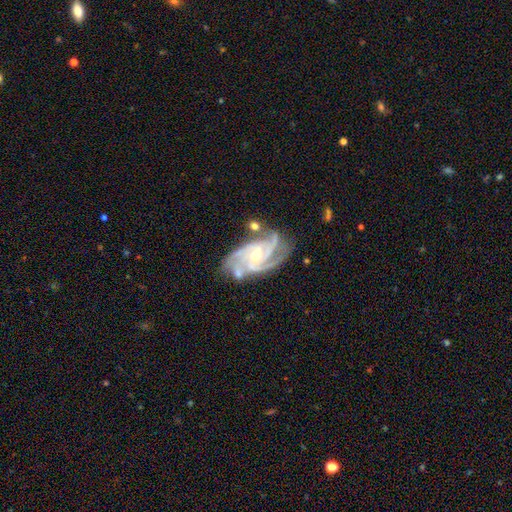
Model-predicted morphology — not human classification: A featured or disk galaxy (92%) with no bar (47%), 3 (42%) tight (53%) spiral arms (98%) and a small central bulge (59%). Merging: none (62%).